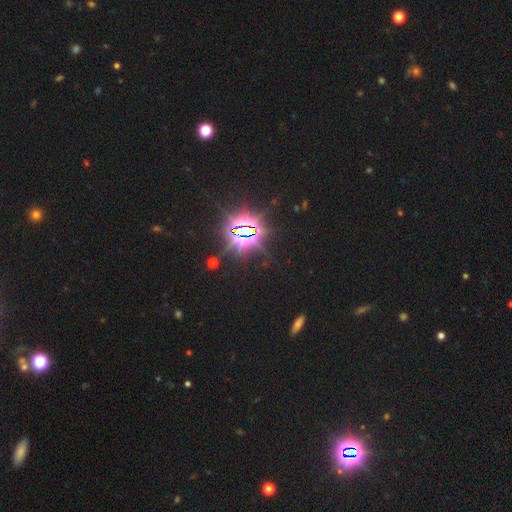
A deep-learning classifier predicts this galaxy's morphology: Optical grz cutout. It shows a star or artifact, not a galaxy (82%).